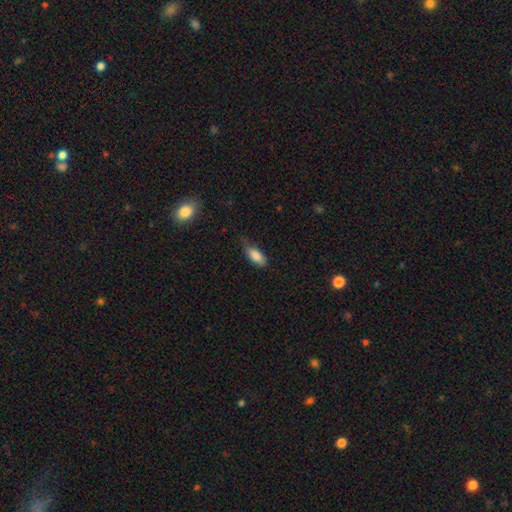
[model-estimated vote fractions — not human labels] Smooth or featured? Predicted: smooth (p=0.85). How rounded? Predicted: in between (p=0.85). Merging? Predicted: none (p=0.58).